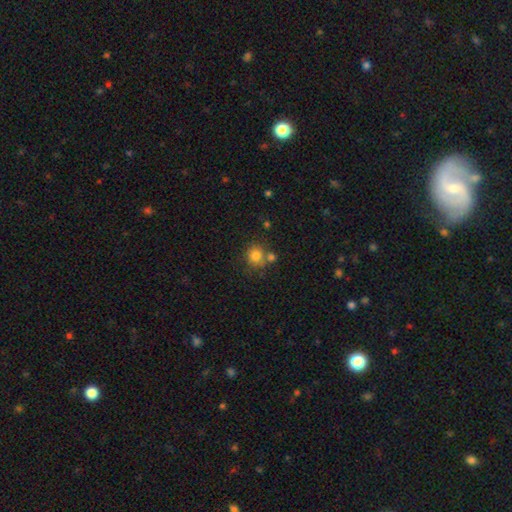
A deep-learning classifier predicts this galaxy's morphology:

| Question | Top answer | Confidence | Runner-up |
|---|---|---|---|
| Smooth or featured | smooth | 80% | star or artifact (11%) |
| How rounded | round | 84% | in between (15%) |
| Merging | none | 62% | merger (22%) |